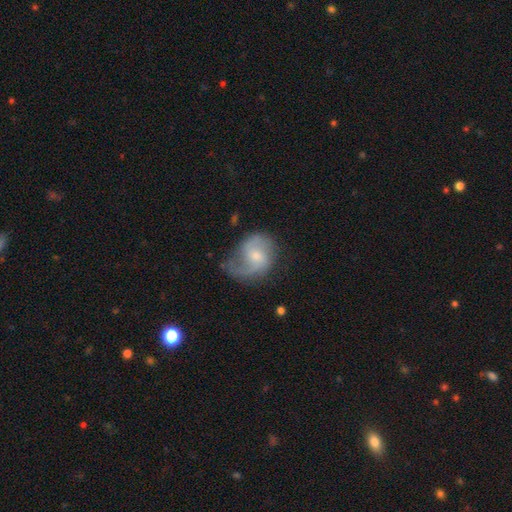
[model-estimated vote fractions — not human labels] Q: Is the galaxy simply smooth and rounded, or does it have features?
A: featured or disk — 76%.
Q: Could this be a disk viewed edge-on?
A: no — 98%.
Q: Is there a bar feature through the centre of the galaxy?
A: no — 48%.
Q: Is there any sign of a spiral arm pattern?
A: yes — 93%.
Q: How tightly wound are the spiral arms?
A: medium — 45%.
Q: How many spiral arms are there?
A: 2 — 76%.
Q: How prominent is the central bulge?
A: moderate — 47%.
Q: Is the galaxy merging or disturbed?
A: none — 54%.